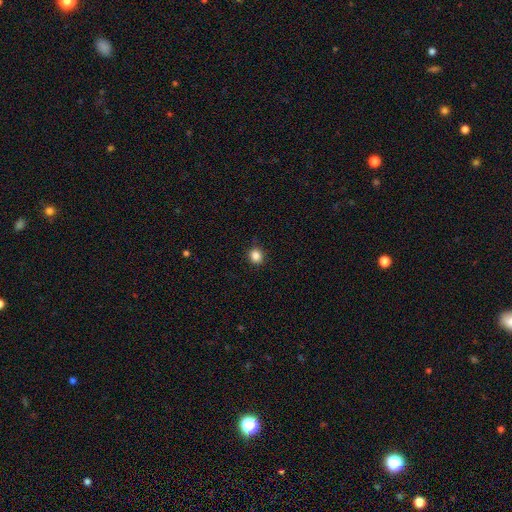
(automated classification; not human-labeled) Q: Smooth or featured?
A: smooth (85%); runner-up: star or artifact (11%)
Q: How rounded?
A: round (87%); runner-up: in between (12%)
Q: Merging?
A: none (90%); runner-up: minor disturbance (7%)